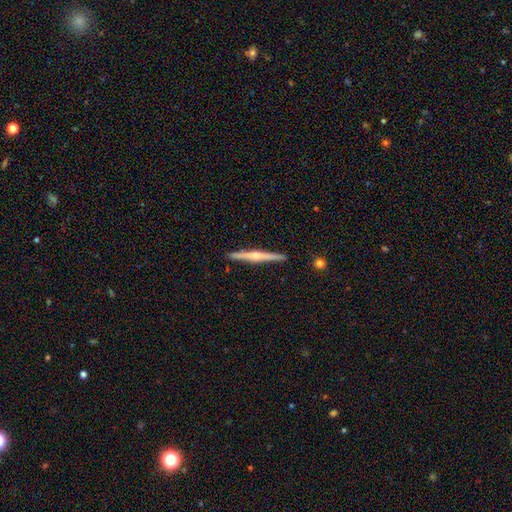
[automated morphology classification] smooth-or-featured: featured or disk: 72% | smooth: 23% | star or artifact: 5%
  disk-edge-on: yes: 98% | no: 2%
    edge-on-bulge: rounded: 80% | none: 13% | boxy: 7%
  merging: none: 91% | minor disturbance: 6% | major disturbance: 1% | merger: 1%